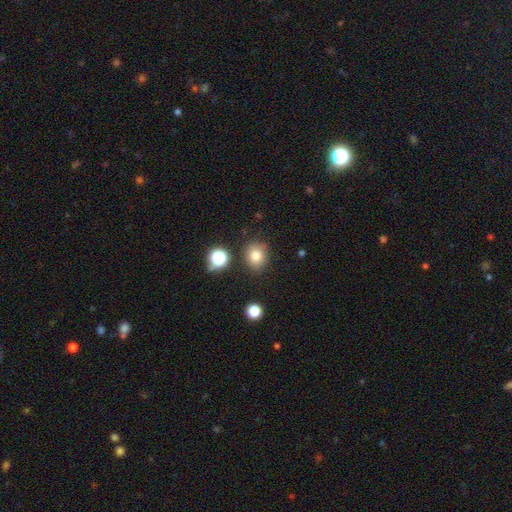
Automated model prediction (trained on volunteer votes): smooth_or_featured: smooth (p=0.80) [alt: star or artifact p=0.13]
how_rounded: round (p=0.68) [alt: in between p=0.31]
merging: none (p=0.81) [alt: minor disturbance p=0.12]